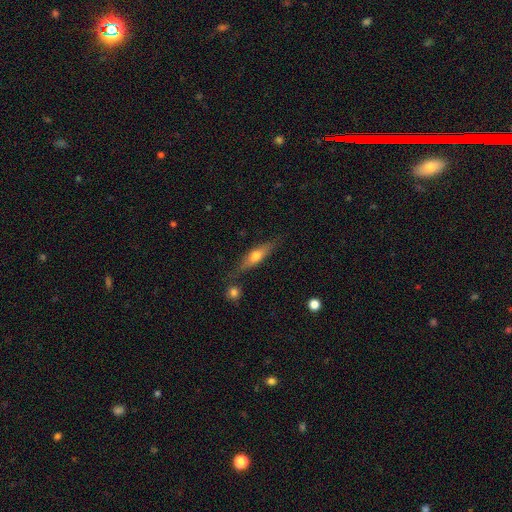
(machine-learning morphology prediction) Overall: smooth (50%; featured or disk 43%). Merging: none (72%).